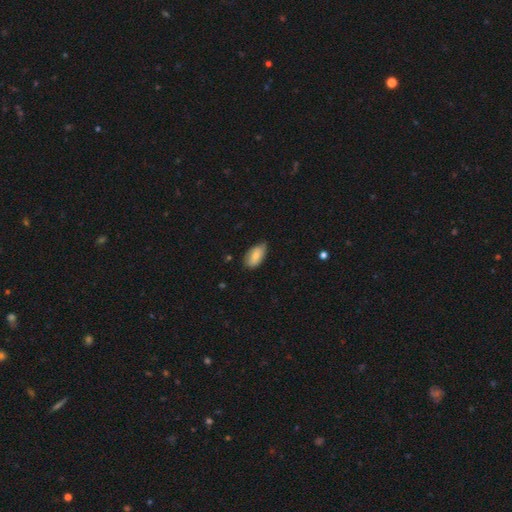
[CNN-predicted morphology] type=smooth (75%); roundness=in between (93%); merging=none (66%).